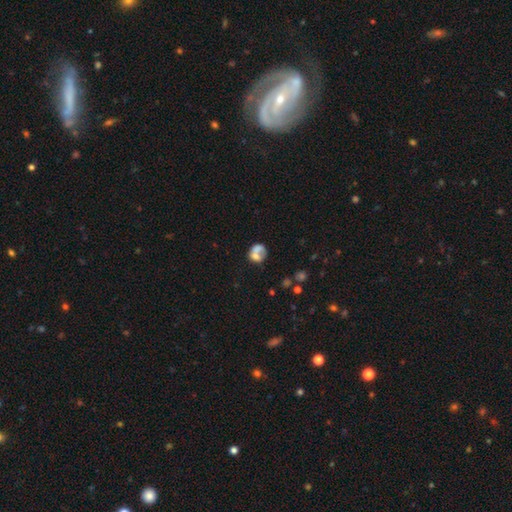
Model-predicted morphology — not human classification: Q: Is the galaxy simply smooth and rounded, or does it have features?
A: smooth — 59%.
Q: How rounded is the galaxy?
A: round — 56%.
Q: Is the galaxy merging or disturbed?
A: merger — 44%.